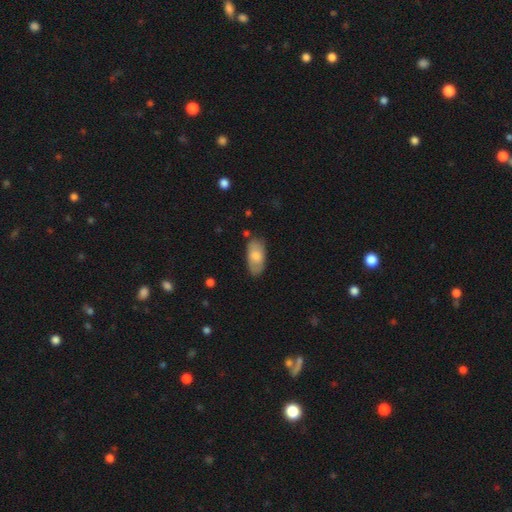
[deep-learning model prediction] A smooth galaxy with no disk features (77%) that is in between round and cigar-shaped (92%).

Vote fractions:
- Smooth or featured? smooth: 77% / featured or disk: 17% / star or artifact: 6%
- How rounded? in between: 92% / cigar-shaped: 5% / round: 3%
- Merging? none: 76% / minor disturbance: 18% / major disturbance: 4% / merger: 2%